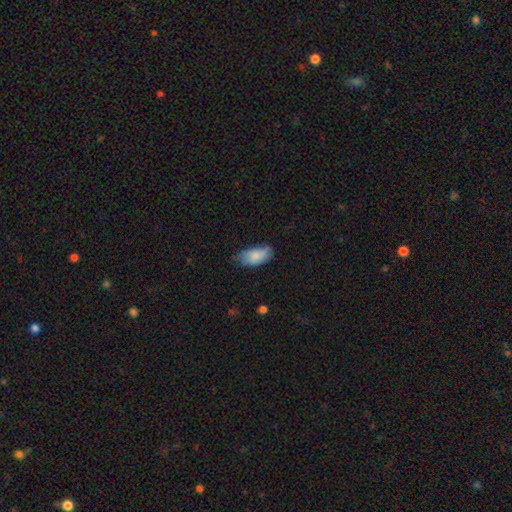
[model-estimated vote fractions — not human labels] Overall: smooth (82%). How rounded: in between (92%). Merging: none (56%; minor disturbance 34%).